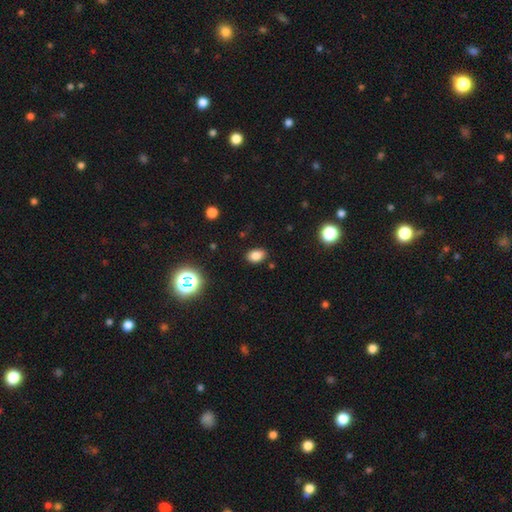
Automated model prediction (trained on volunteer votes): smooth_or_featured: smooth (p=0.81) [alt: star or artifact p=0.13]
how_rounded: in between (p=0.83) [alt: round p=0.16]
merging: none (p=0.85) [alt: minor disturbance p=0.11]